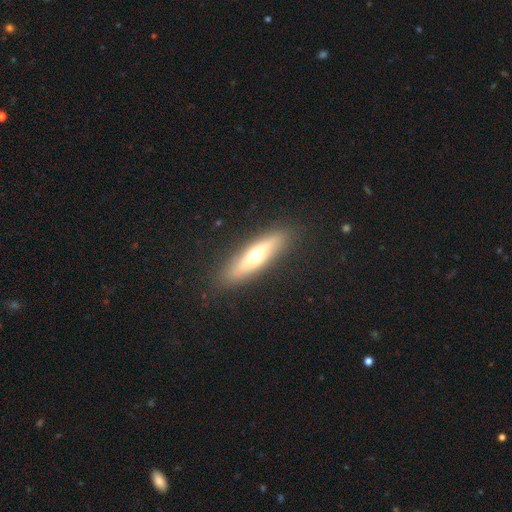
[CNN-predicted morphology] The model was most divided on "smooth or featured": featured or disk: 48%, smooth: 45%, star or artifact: 7%. More confident: merging — none (88%).